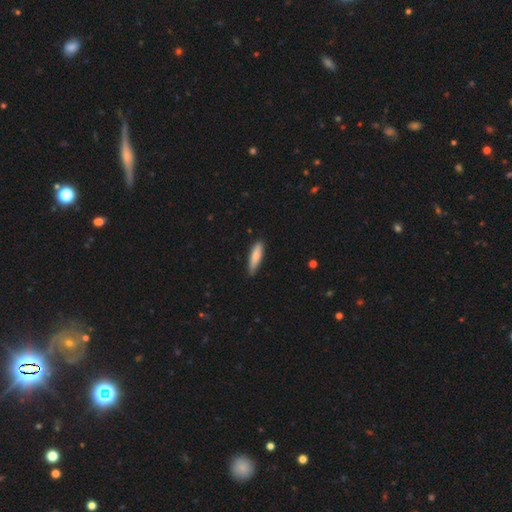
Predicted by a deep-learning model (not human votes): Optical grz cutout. It shows a smooth galaxy with no disk features (80%) that is cigar-shaped (73%). Merging: none (80%).